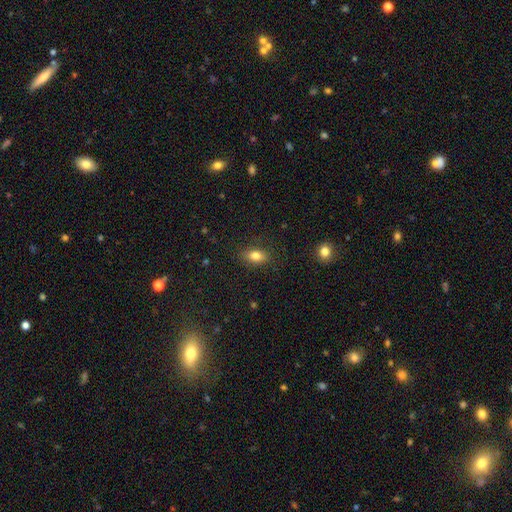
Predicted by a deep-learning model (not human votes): Smooth or featured? smooth (80%)
How rounded? in between (82%)
Merging? none (86%)